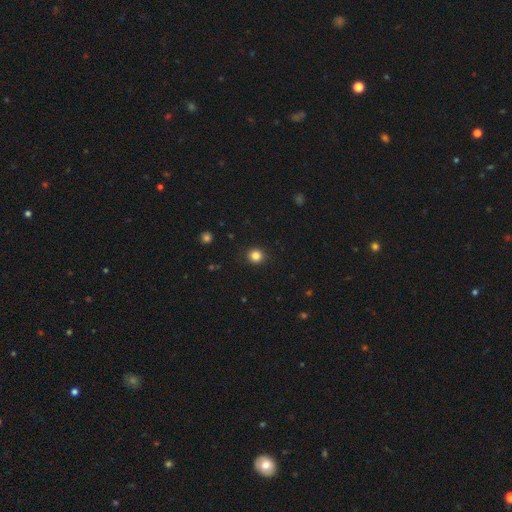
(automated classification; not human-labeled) Smooth or featured?
  - smooth: 84% *
  - star or artifact: 12%
  - featured or disk: 4%
How rounded?
  - round: 90% *
  - in between: 9%
  - cigar-shaped: 1%
Merging?
  - none: 91% *
  - minor disturbance: 6%
  - major disturbance: 2%
  - merger: 1%